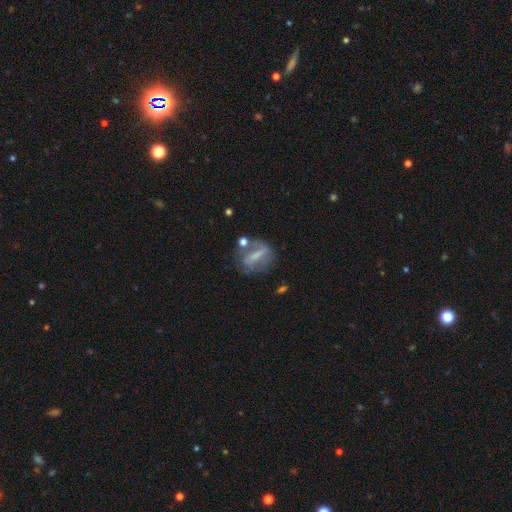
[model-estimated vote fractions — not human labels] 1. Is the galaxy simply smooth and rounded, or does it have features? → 57% featured or disk, 33% smooth, 10% star or artifact.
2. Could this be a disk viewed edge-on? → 83% no, 17% yes.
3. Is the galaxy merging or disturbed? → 55% none, 20% minor disturbance, 14% major disturbance, 11% merger.